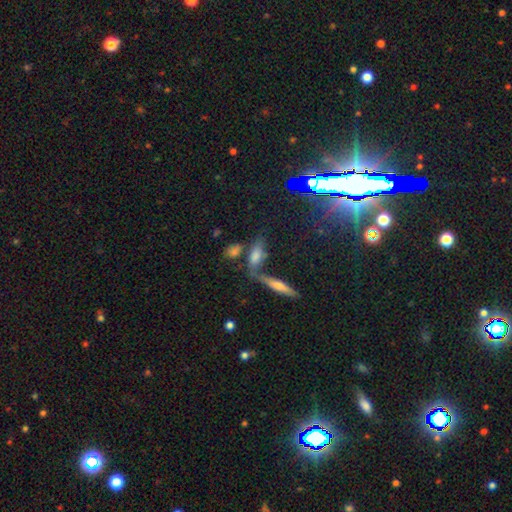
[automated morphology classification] Smooth or featured? smooth (68%)
How rounded? in between (67%)
Merging? none (49%)